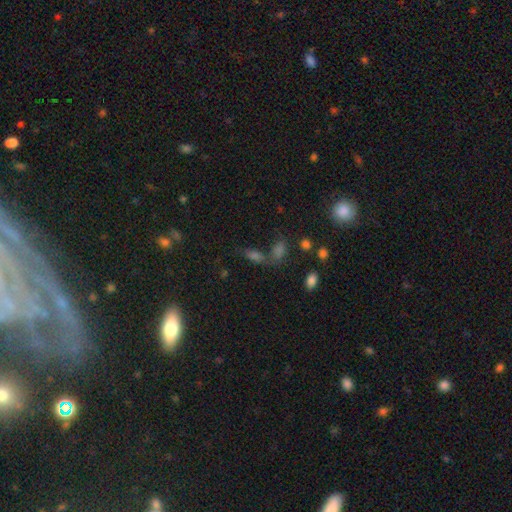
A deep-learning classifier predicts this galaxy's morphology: This appears to be a smooth galaxy with no disk features (58%) that is in between round and cigar-shaped (69%). Merging: none (47%).